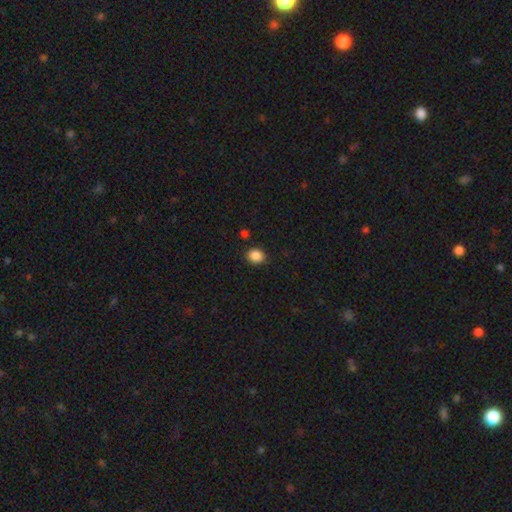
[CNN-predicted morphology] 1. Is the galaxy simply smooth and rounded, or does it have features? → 87% smooth, 9% star or artifact, 3% featured or disk.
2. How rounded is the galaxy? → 64% round, 35% in between, 1% cigar-shaped.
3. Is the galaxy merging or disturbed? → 87% none, 9% minor disturbance, 2% major disturbance, 2% merger.